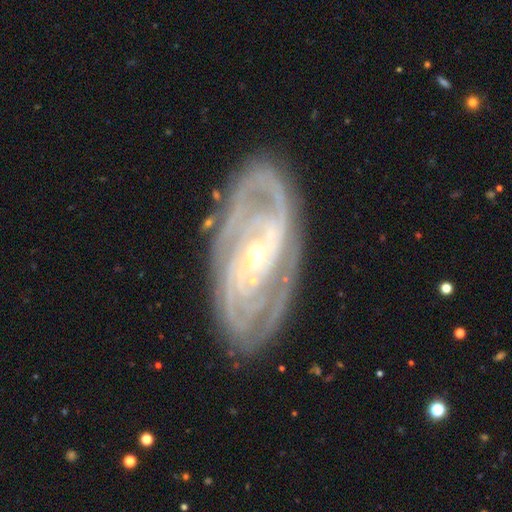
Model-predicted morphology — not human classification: Smooth or featured?
  - featured or disk: 88% *
  - smooth: 6%
  - star or artifact: 5%
Edge-on disk?
  - no: 93% *
  - yes: 7%
Bar?
  - no: 48% *
  - weak: 31%
  - strong: 20%
Spiral arms?
  - yes: 95% *
  - no: 5%
Spiral winding?
  - tight: 67% *
  - medium: 27%
  - loose: 6%
Spiral arm count?
  - 2: 35% *
  - can't tell: 26%
  - 3: 17%
  - 4: 10%
  - more than 4: 6%
  - 1: 6%
Bulge size?
  - small: 71% *
  - moderate: 25%
  - large: 2%
  - none: 1%
  - dominant: 1%
Merging?
  - none: 80% *
  - minor disturbance: 14%
  - major disturbance: 5%
  - merger: 1%